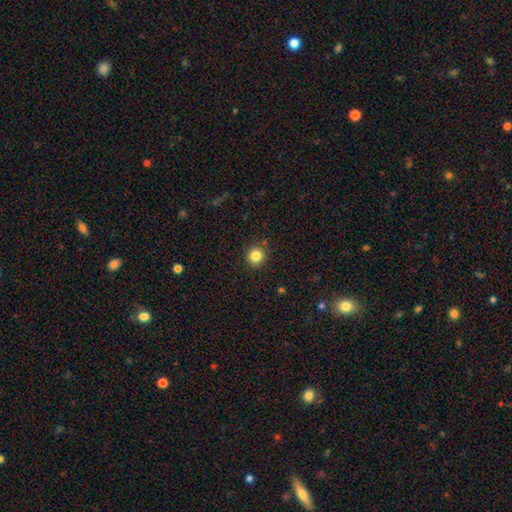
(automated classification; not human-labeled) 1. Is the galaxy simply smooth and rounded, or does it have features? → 83% smooth, 11% star or artifact, 5% featured or disk.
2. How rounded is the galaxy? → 91% round, 8% in between, 1% cigar-shaped.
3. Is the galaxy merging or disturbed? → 89% none, 7% minor disturbance, 2% major disturbance, 2% merger.